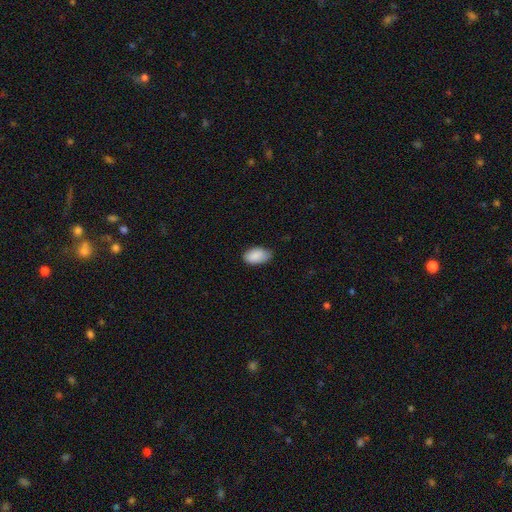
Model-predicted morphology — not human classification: smooth-or-featured: smooth: 89% | star or artifact: 6% | featured or disk: 5%
  how-rounded: in between: 94% | round: 5% | cigar-shaped: 1%
  merging: none: 69% | minor disturbance: 27% | major disturbance: 4% | merger: 1%